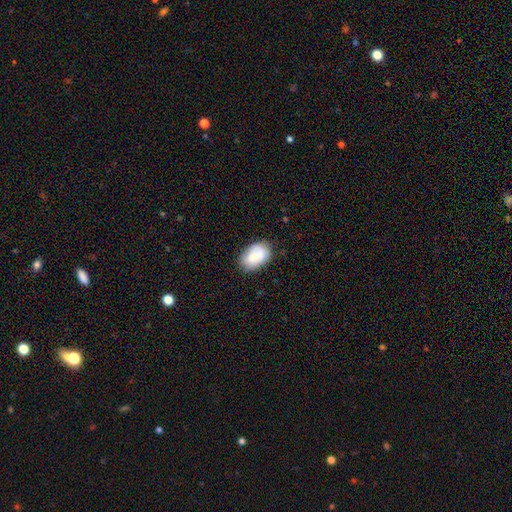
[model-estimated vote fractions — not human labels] A smooth galaxy with no disk features (72%) that is in between round and cigar-shaped (88%). Merging: none (71%).